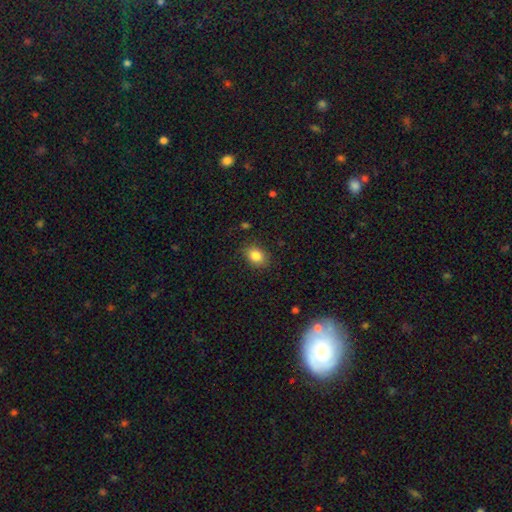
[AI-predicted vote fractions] smooth_or_featured: smooth (p=0.84) [alt: star or artifact p=0.10]
how_rounded: in between (p=0.59) [alt: round p=0.40]
merging: none (p=0.85) [alt: minor disturbance p=0.11]